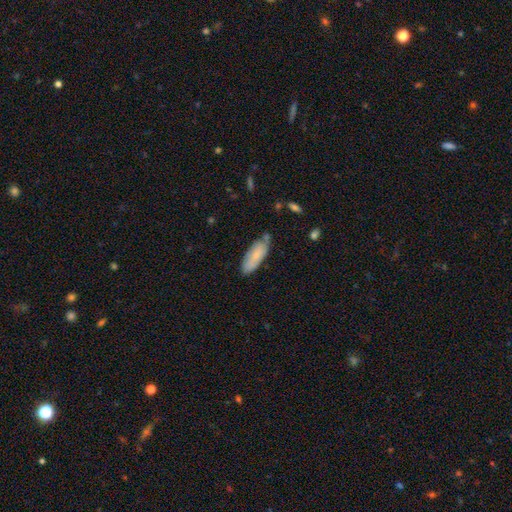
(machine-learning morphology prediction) smooth 75%, featured or disk 18%, star or artifact 6%. Down the decision tree: how rounded — in between (69%); merging — none (67%).